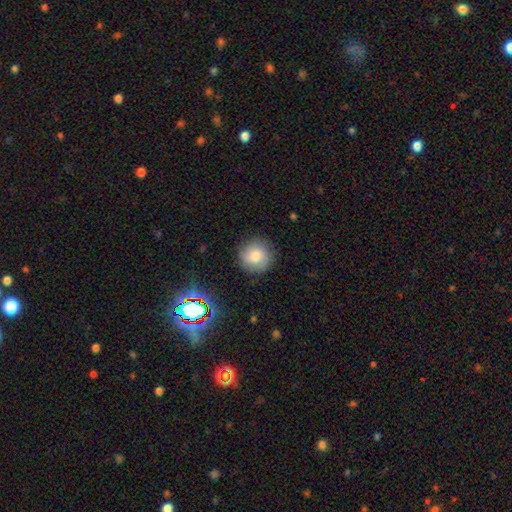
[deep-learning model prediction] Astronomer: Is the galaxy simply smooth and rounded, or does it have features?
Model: smooth — 76%.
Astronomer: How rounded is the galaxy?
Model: round — 94%.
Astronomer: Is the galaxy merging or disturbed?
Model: none — 86%.